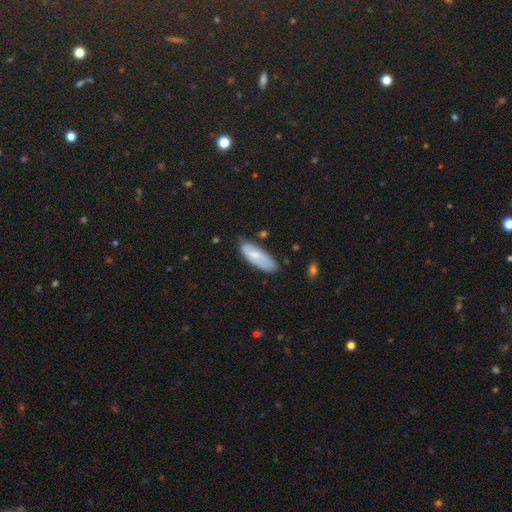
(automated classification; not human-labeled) smooth-or-featured: smooth: 64% | featured or disk: 29% | star or artifact: 6%
  how-rounded: in between: 69% | cigar-shaped: 29% | round: 2%
  merging: none: 69% | minor disturbance: 24% | major disturbance: 5% | merger: 2%